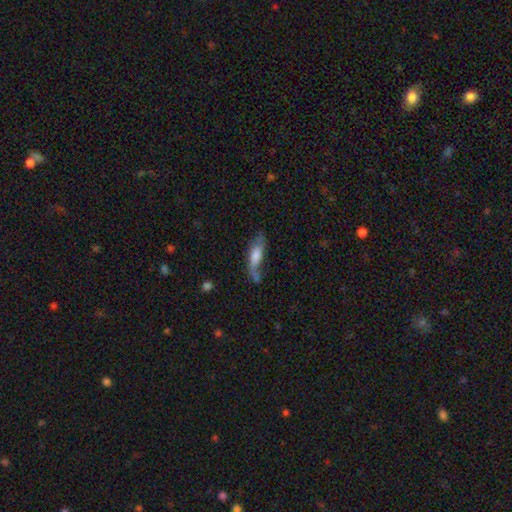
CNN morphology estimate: This is possibly a smooth galaxy (46%). Merging: possibly none (47%).